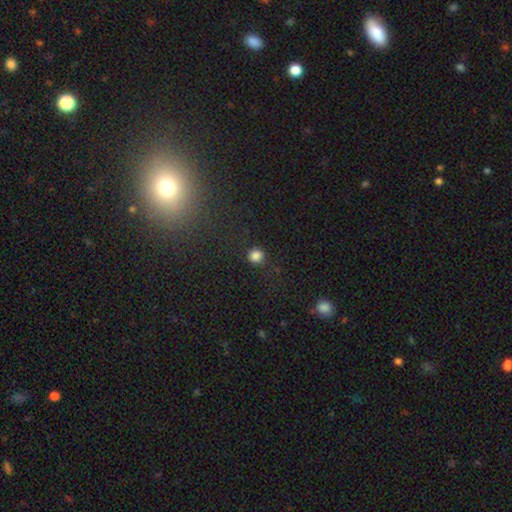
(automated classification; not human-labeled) A smooth galaxy with no disk features (82%) that is round (91%). Merging: none (87%).